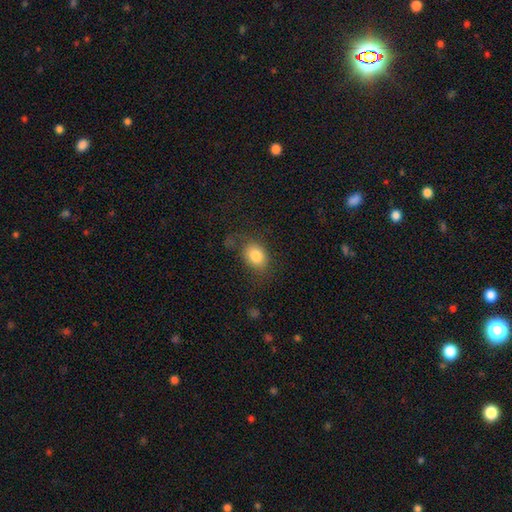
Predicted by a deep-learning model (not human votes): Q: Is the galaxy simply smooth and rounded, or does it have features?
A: smooth — 82%.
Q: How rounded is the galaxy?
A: in between — 62%.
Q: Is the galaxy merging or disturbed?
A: none — 63%.